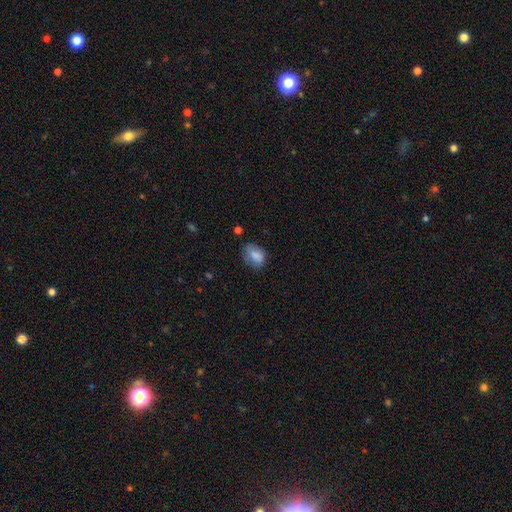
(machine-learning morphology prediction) Smooth or featured? Predicted: smooth (p=0.83). How rounded? Predicted: in between (p=0.73). Merging? Predicted: none (p=0.61).